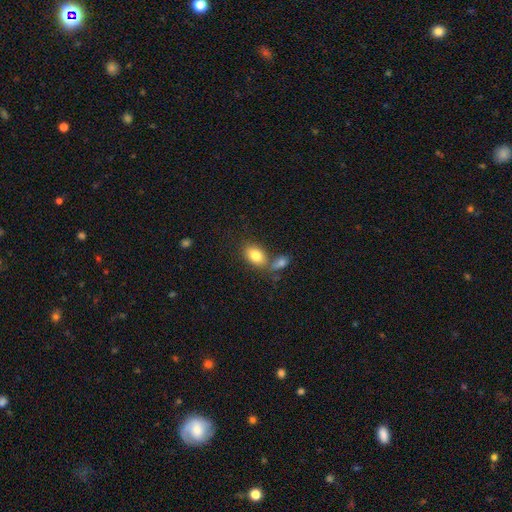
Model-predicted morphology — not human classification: This appears to be a smooth galaxy with no disk features (82%) that is in between round and cigar-shaped (83%). Merging: none (55%).